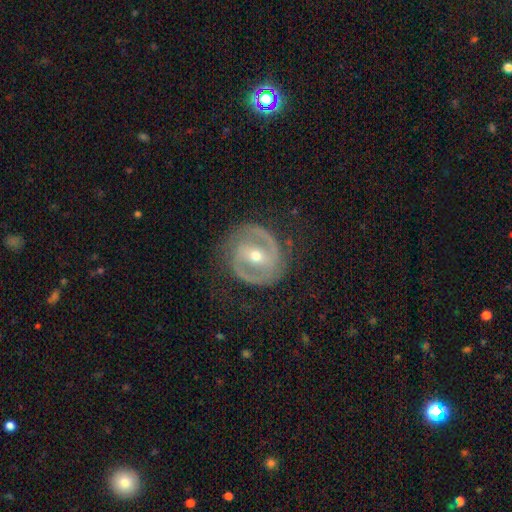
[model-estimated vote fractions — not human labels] Smooth or featured? featured or disk (88%)
Edge-on disk? no (97%)
Bar? strong (45%)
Spiral arms? yes (92%)
Spiral winding? tight (47%)
Spiral arm count? 2 (88%)
Bulge size? moderate (55%)
Merging? none (81%)